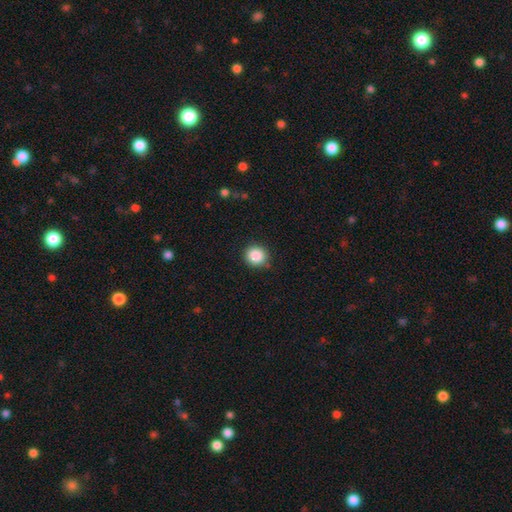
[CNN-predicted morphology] This appears to be a smooth galaxy with no disk features (88%) that is round (90%). Merging: none (88%).